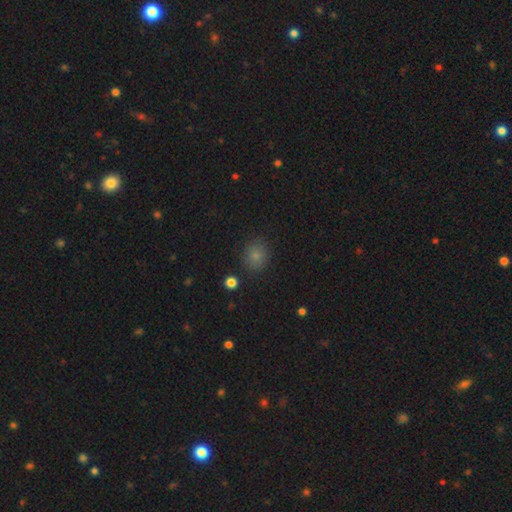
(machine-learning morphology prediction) Smooth or featured?
  - smooth: 79% *
  - star or artifact: 15%
  - featured or disk: 7%
How rounded?
  - round: 69% *
  - in between: 30%
  - cigar-shaped: 1%
Merging?
  - none: 86% *
  - minor disturbance: 9%
  - major disturbance: 3%
  - merger: 2%